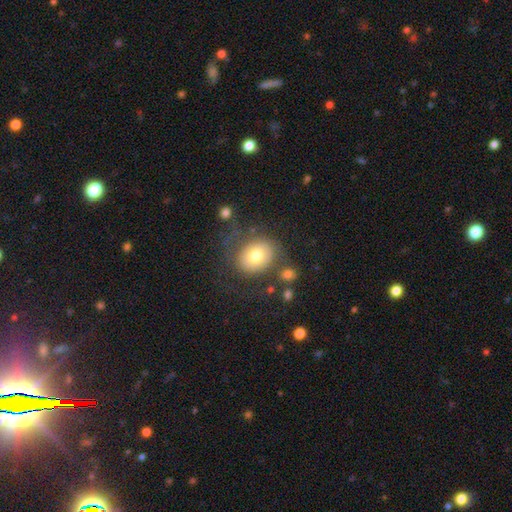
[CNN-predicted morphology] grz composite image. It shows a smooth galaxy with no disk features (70%) that is round (58%). Merging: none (64%).